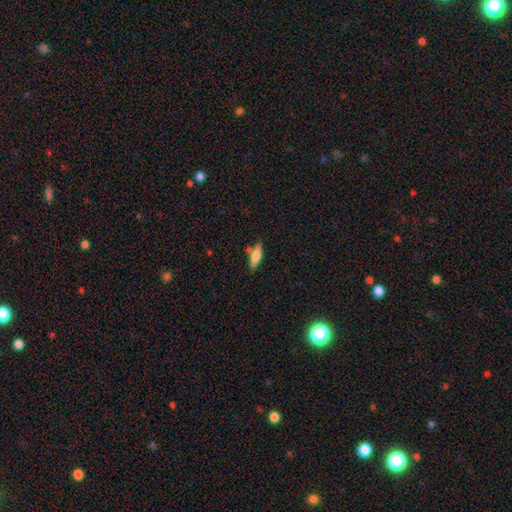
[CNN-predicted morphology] Smooth or featured? Predicted: smooth (p=0.70). How rounded? Predicted: in between (p=0.50). Merging? Predicted: none (p=0.74).